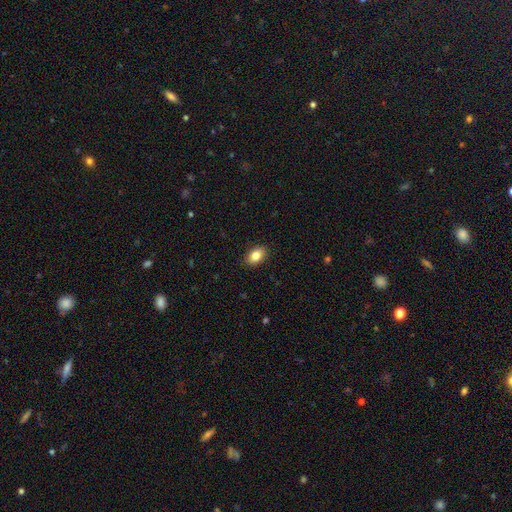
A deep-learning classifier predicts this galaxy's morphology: This appears to be a smooth galaxy with no disk features (84%) that is in between round and cigar-shaped (88%). Merging: none (89%).